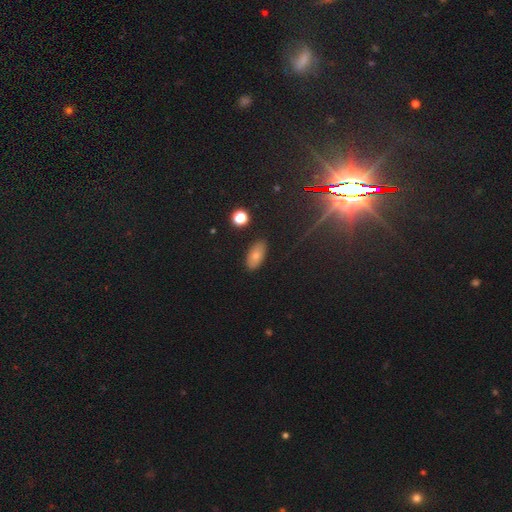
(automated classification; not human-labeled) Overall: smooth (74%). How rounded: in between (92%). Merging: none (87%).